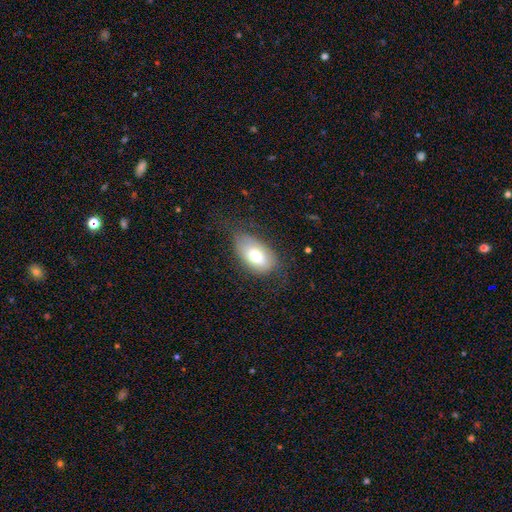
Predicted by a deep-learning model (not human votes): Smooth or featured?
  - smooth: 69% *
  - featured or disk: 23%
  - star or artifact: 8%
How rounded?
  - in between: 92% *
  - round: 6%
  - cigar-shaped: 2%
Merging?
  - none: 66% *
  - minor disturbance: 23%
  - major disturbance: 10%
  - merger: 1%